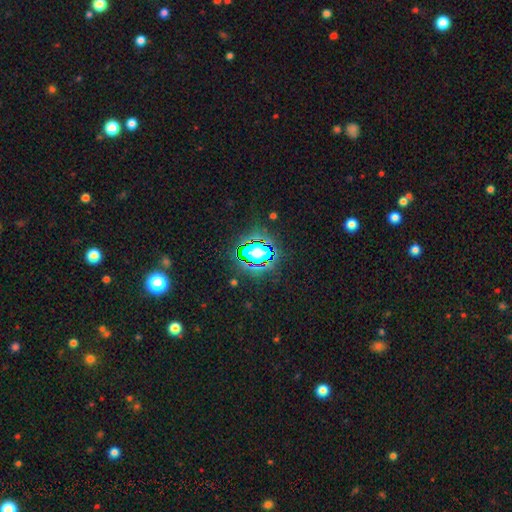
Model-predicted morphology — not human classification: This is likely a star or artifact rather than a galaxy (79%).